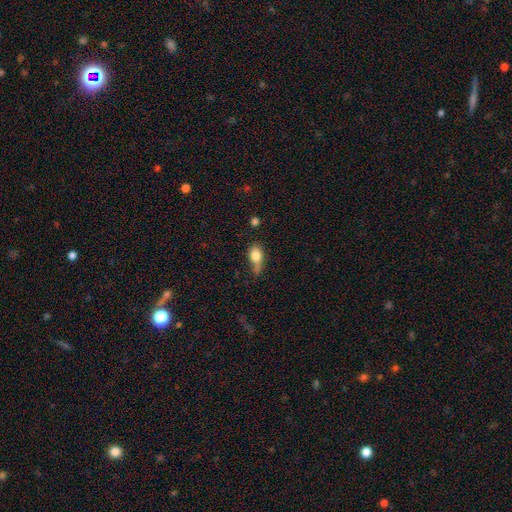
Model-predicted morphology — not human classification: The model was most divided on "merging" (2-way tie): minor disturbance: 36%, none: 36%, major disturbance: 19%, merger: 8%. More confident: smooth or featured — smooth (77%); how rounded — in between (75%).